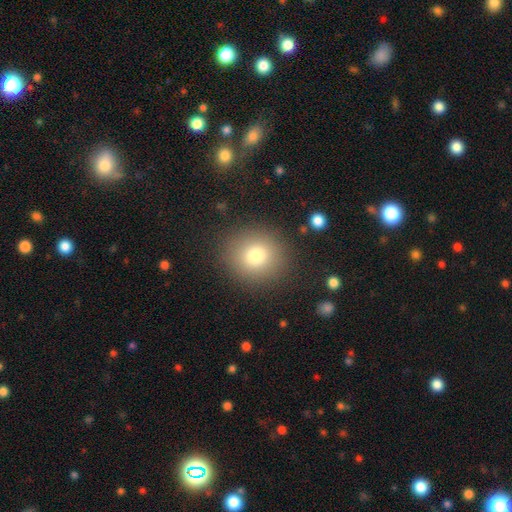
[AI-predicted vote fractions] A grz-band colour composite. It shows a smooth galaxy with no disk features (78%) that is round (84%). Merging: none (87%).